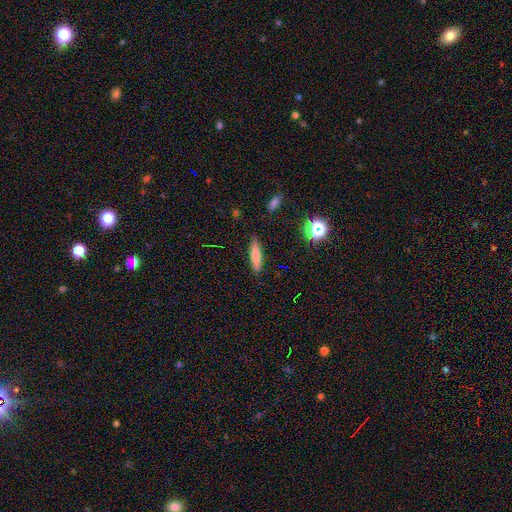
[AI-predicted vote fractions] This is likely a smooth galaxy (70%). How rounded: clearly cigar-shaped (81%). Merging: clearly none (88%).